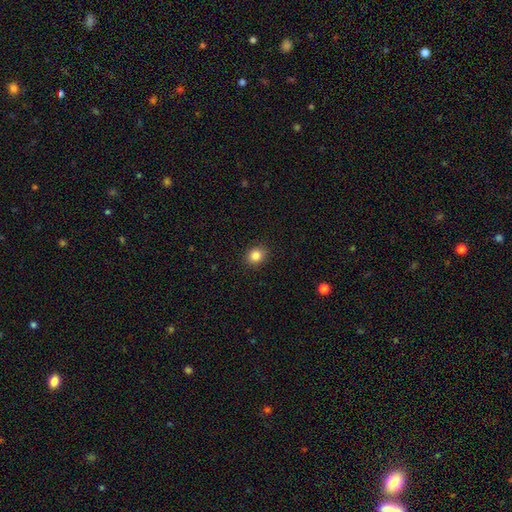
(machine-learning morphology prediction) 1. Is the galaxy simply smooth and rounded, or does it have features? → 85% smooth, 11% star or artifact, 5% featured or disk.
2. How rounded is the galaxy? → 66% round, 33% in between, 1% cigar-shaped.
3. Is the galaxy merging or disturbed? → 90% none, 7% minor disturbance, 2% major disturbance, 1% merger.